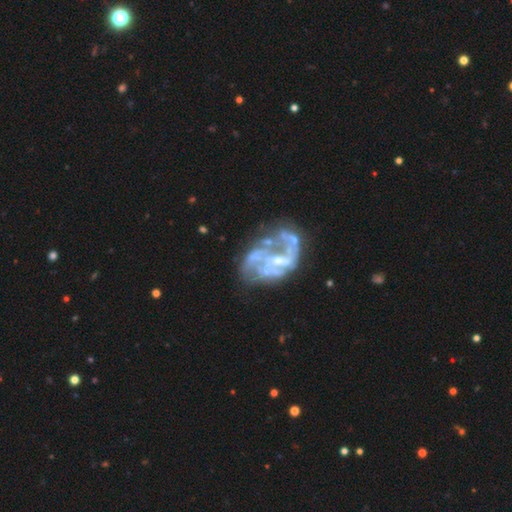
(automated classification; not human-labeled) Morphology: type=featured or disk (79%); edge-on=no (98%); bar=no (60%); spiral arms=yes (53%); bulge=small (35%); merging=major disturbance (37%).